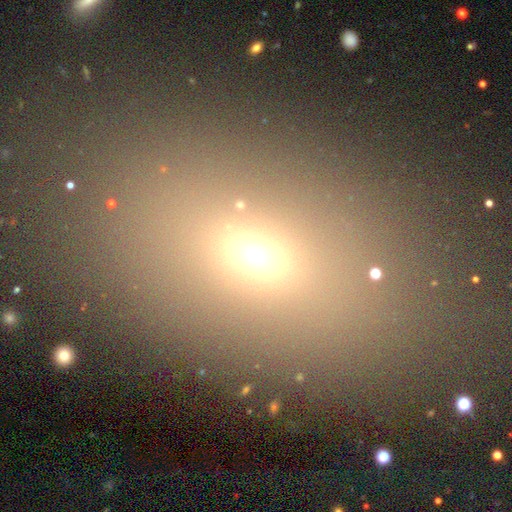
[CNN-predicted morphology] Smooth or featured? smooth (63%)
How rounded? in between (69%)
Merging? none (70%)